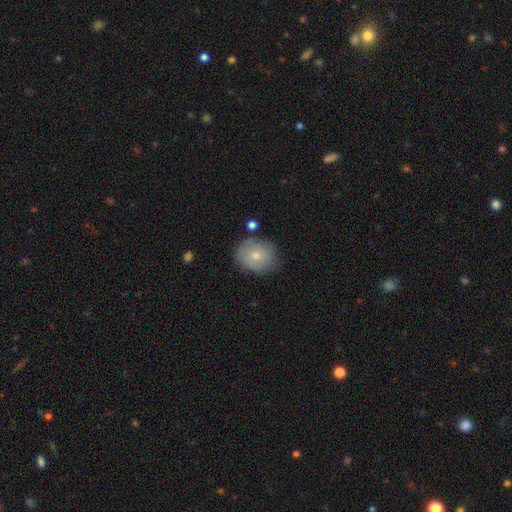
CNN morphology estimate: smooth-or-featured: smooth: 74% | featured or disk: 18% | star or artifact: 8%
  how-rounded: round: 66% | in between: 33% | cigar-shaped: 1%
  merging: none: 77% | minor disturbance: 16% | major disturbance: 4% | merger: 3%